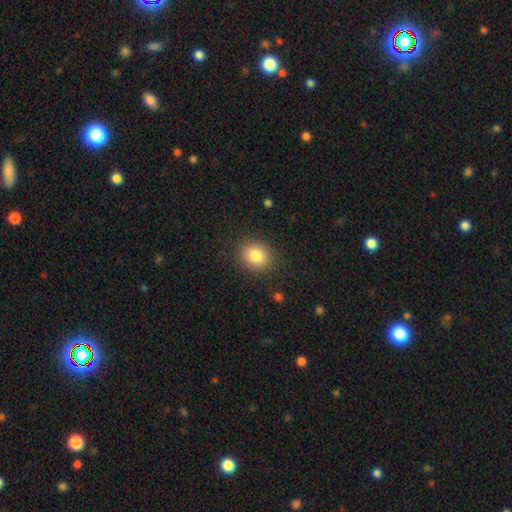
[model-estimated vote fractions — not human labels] Morphology: type=smooth (84%); roundness=round (73%); merging=none (88%).